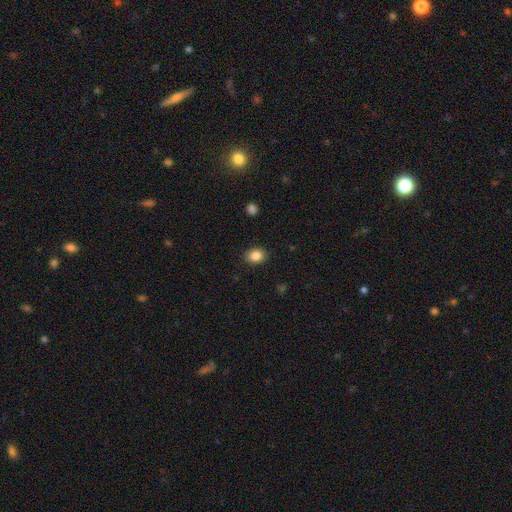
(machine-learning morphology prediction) This appears to be a smooth galaxy with no disk features (86%) that is in between round and cigar-shaped (52%). Merging: none (89%).